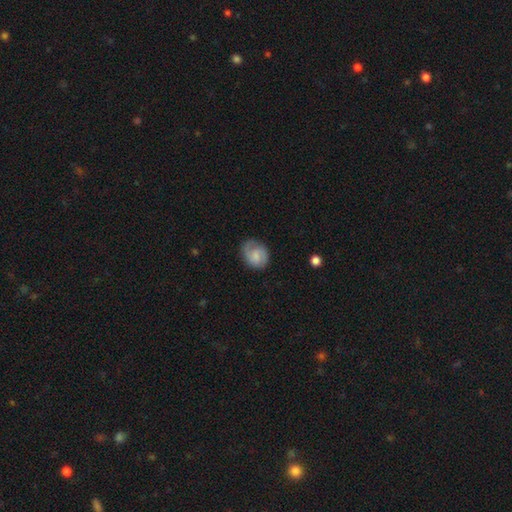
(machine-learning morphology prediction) Smooth or featured: smooth — 53% (featured or disk — 39%)
How rounded: round — 60% (in between — 39%)
Merging: none — 67% (minor disturbance — 23%)